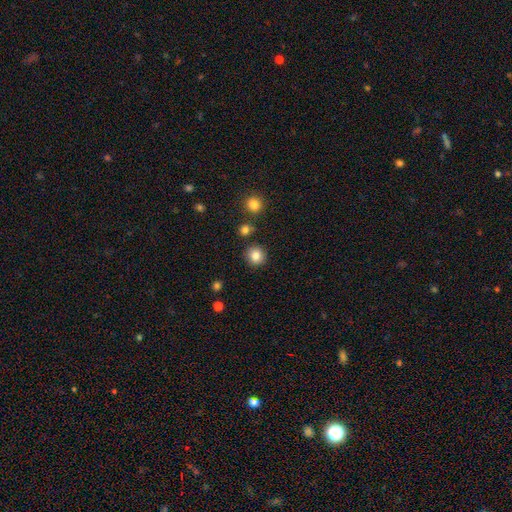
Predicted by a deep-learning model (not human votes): Smooth or featured: smooth — 84% (star or artifact — 11%)
How rounded: round — 93% (in between — 6%)
Merging: none — 89% (minor disturbance — 6%)